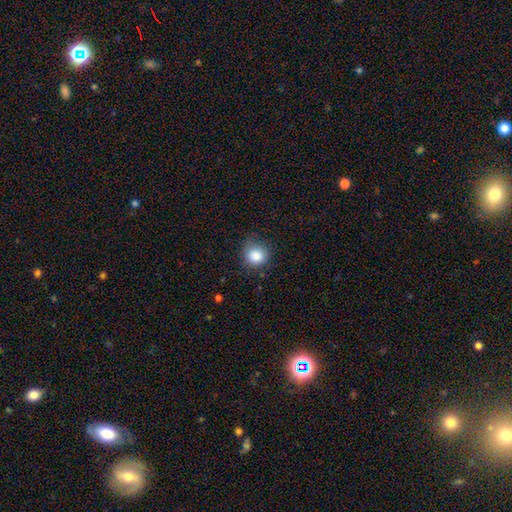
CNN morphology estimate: This is clearly a smooth galaxy (85%). How rounded: clearly round (84%). Merging: likely none (72%).